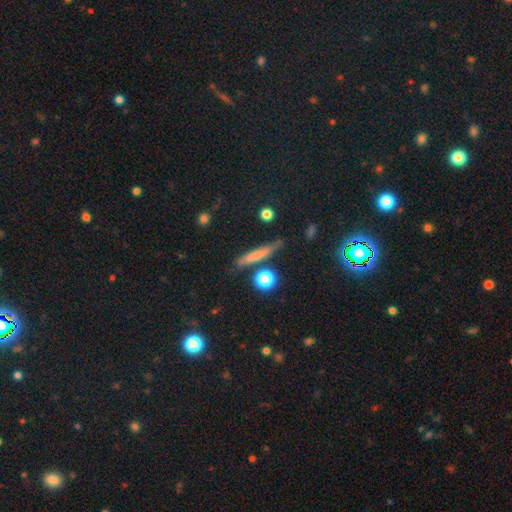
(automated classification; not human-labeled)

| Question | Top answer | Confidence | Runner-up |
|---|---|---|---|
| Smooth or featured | smooth | 64% | featured or disk (24%) |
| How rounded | cigar-shaped | 87% | in between (7%) |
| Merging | none | 80% | minor disturbance (13%) |